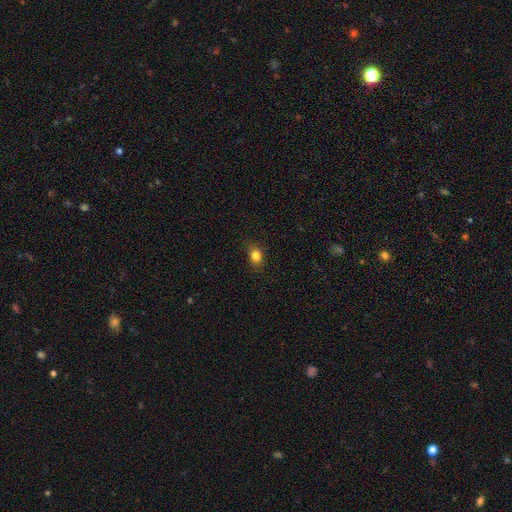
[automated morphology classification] smooth-or-featured: smooth: 83% | star or artifact: 12% | featured or disk: 5%
  how-rounded: round: 55% | in between: 44% | cigar-shaped: 1%
  merging: none: 86% | minor disturbance: 10% | major disturbance: 3% | merger: 1%